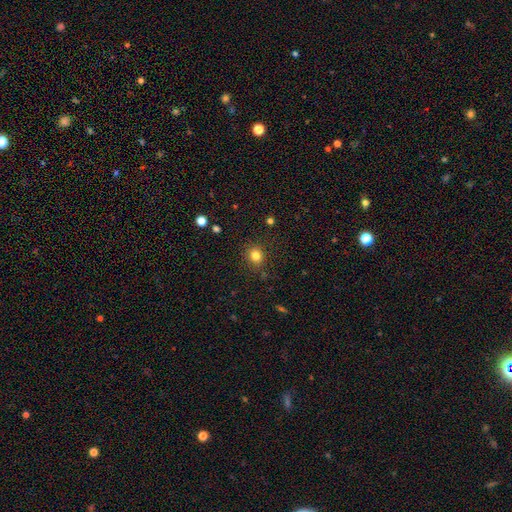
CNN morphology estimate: A smooth galaxy with no disk features (81%) that is round (81%).

Vote fractions:
- Smooth or featured? smooth: 81% / star or artifact: 13% / featured or disk: 6%
- How rounded? round: 81% / in between: 18% / cigar-shaped: 1%
- Merging? none: 87% / minor disturbance: 9% / major disturbance: 3% / merger: 2%